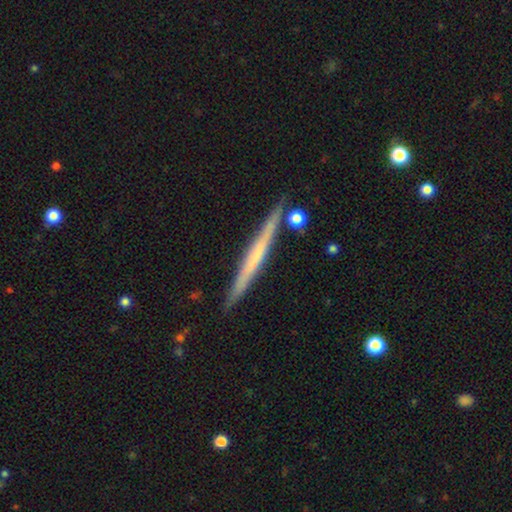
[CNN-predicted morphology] This is possibly a featured or disk galaxy (56%). It is clearly viewed edge-on (97%). Edge-on bulge: likely none (78%). Merging: clearly none (87%).